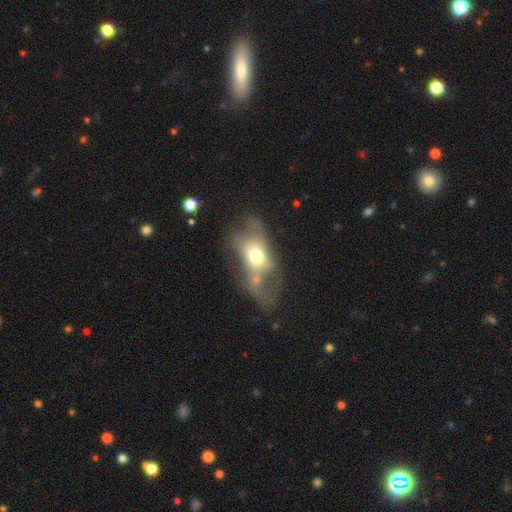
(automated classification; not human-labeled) Morphology: type=smooth (54%); roundness=in between (79%); merging=major disturbance (48%).